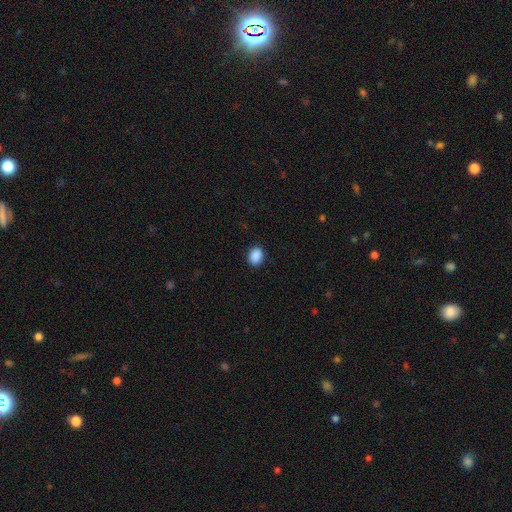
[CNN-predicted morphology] Smooth or featured? Predicted: smooth (p=0.90). How rounded? Predicted: in between (p=0.54). Merging? Predicted: none (p=0.90).